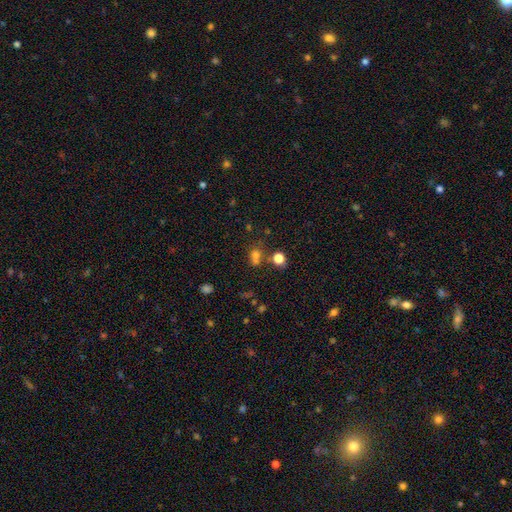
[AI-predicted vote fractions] A smooth galaxy with no disk features (68%) that is round (62%).

Vote fractions:
- Smooth or featured? smooth: 68% / star or artifact: 22% / featured or disk: 10%
- How rounded? round: 62% / in between: 36% / cigar-shaped: 2%
- Merging? none: 48% / merger: 32% / minor disturbance: 13% / major disturbance: 7%